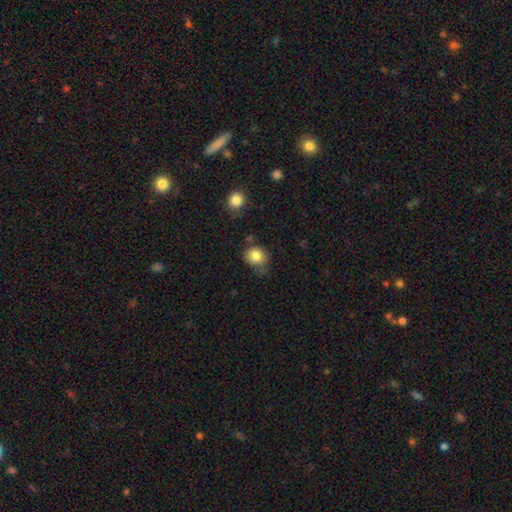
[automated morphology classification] A smooth galaxy with no disk features (84%) that is round (78%).

Vote fractions:
- Smooth or featured? smooth: 84% / star or artifact: 10% / featured or disk: 6%
- How rounded? round: 78% / in between: 21% / cigar-shaped: 1%
- Merging? none: 63% / minor disturbance: 23% / merger: 8% / major disturbance: 7%